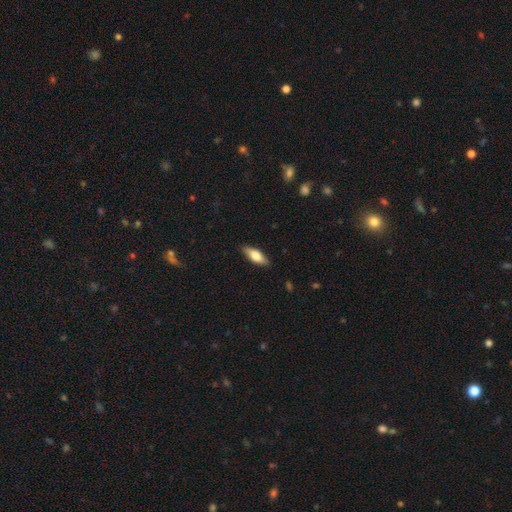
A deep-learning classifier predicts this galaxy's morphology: The model was most divided on "how rounded": in between: 66%, cigar-shaped: 31%, round: 3%. More confident: merging — none (85%); smooth or featured — smooth (67%).